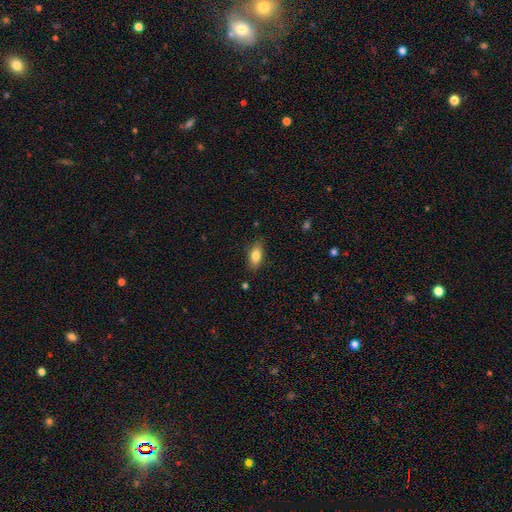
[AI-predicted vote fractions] Overall: smooth (80%). How rounded: in between (83%). Merging: none (81%).